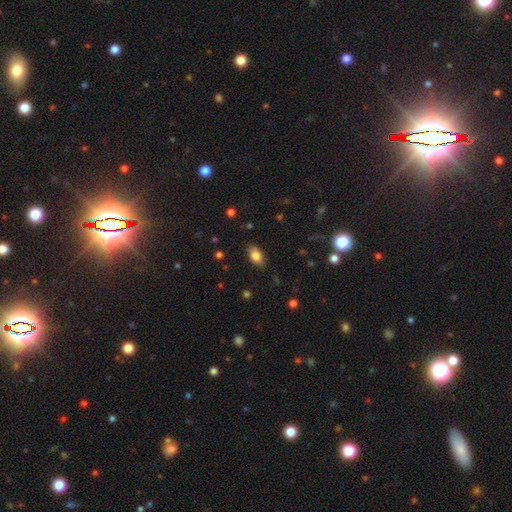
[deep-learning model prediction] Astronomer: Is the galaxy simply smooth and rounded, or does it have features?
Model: smooth — 82%.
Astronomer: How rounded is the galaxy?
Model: in between — 89%.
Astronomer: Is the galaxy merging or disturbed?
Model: none — 85%.